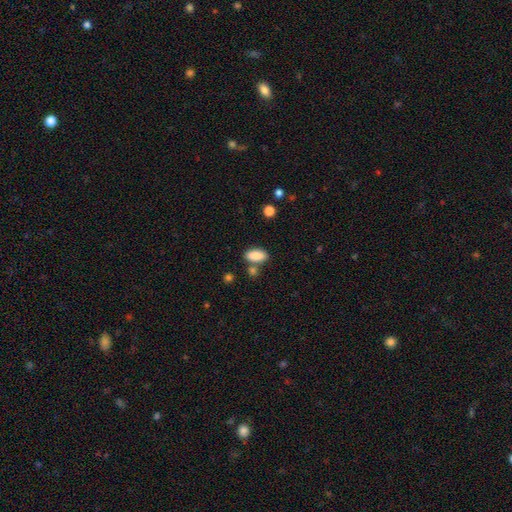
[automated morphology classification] Smooth or featured?
  - smooth: 88% *
  - star or artifact: 7%
  - featured or disk: 5%
How rounded?
  - in between: 88% *
  - cigar-shaped: 9%
  - round: 3%
Merging?
  - none: 73% *
  - minor disturbance: 12%
  - merger: 11%
  - major disturbance: 3%